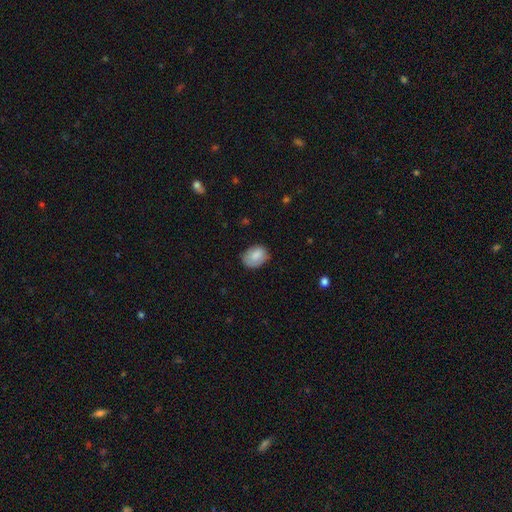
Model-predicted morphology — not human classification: This appears to be a smooth galaxy with no disk features (85%) that is in between round and cigar-shaped (70%). Merging: none (72%).